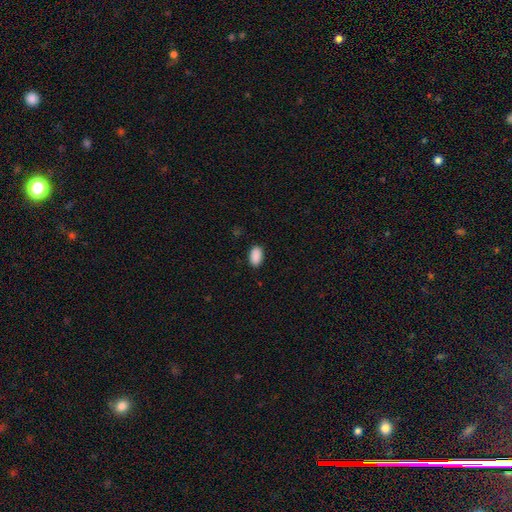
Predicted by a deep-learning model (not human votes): smooth 90%, star or artifact 7%, featured or disk 2%. Down the decision tree: how rounded — in between (94%); merging — none (88%).